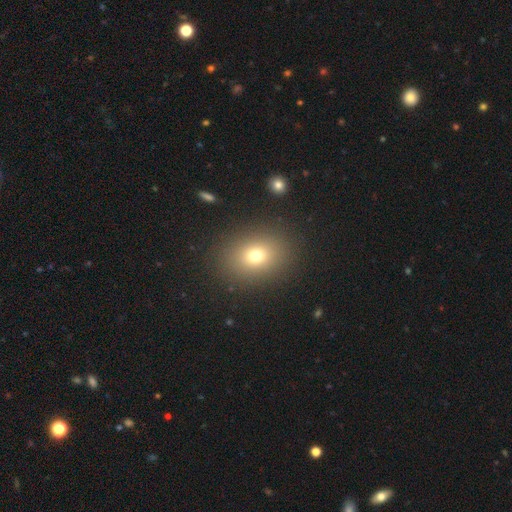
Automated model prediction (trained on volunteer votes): A smooth galaxy with no disk features (73%) that is in between round and cigar-shaped (51%).

Vote fractions:
- Smooth or featured? smooth: 73% / star or artifact: 16% / featured or disk: 11%
- How rounded? in between: 51% / round: 48% / cigar-shaped: 1%
- Merging? none: 88% / minor disturbance: 7% / major disturbance: 3% / merger: 1%